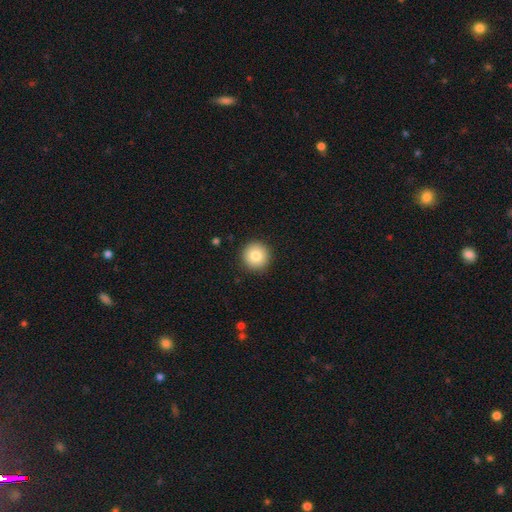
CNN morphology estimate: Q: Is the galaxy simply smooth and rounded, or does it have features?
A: smooth — 83%.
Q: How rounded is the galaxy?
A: round — 96%.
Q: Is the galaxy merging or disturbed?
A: none — 92%.